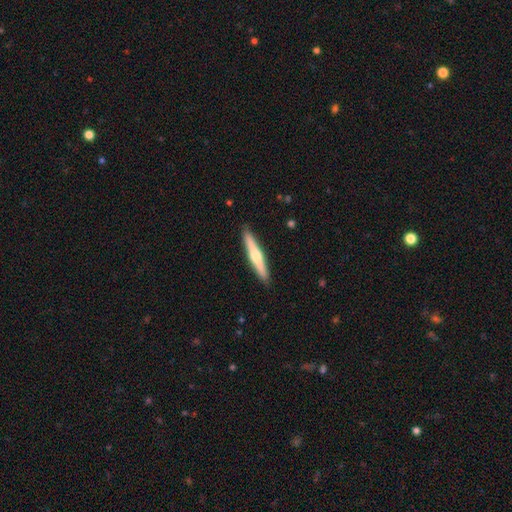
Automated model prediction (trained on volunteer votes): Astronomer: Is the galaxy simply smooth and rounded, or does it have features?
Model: featured or disk — 57% (runner-up: smooth, 38%).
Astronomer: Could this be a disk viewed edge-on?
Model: yes — 97%.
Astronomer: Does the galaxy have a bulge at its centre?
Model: rounded — 87%.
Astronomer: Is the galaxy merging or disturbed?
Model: none — 90%.